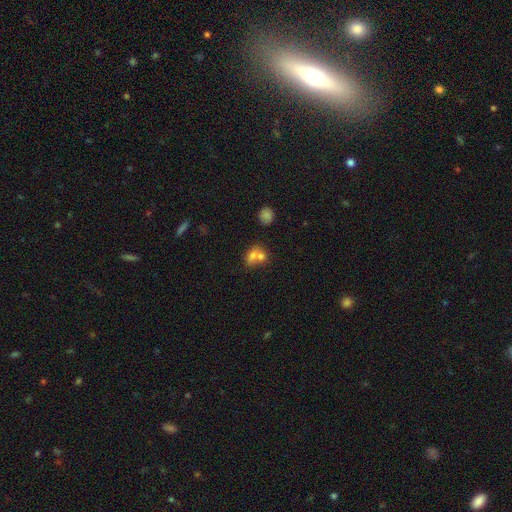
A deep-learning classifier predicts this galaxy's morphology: Smooth or featured?
  - smooth: 70% *
  - featured or disk: 17%
  - star or artifact: 12%
How rounded?
  - in between: 54% *
  - round: 44%
  - cigar-shaped: 2%
Merging?
  - merger: 62% *
  - none: 26%
  - minor disturbance: 7%
  - major disturbance: 4%